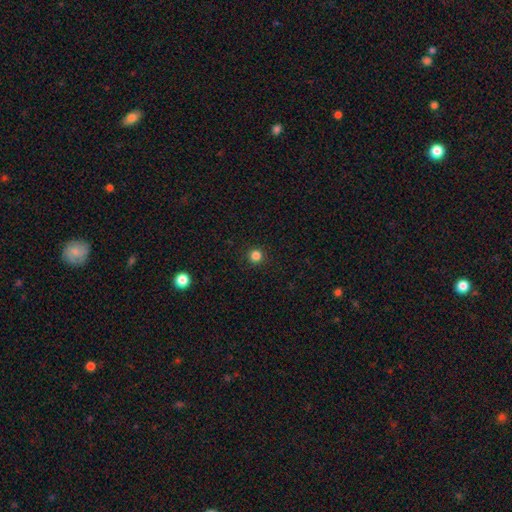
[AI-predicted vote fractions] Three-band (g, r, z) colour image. It shows a smooth galaxy with no disk features (83%) that is round (96%). Merging: none (93%).